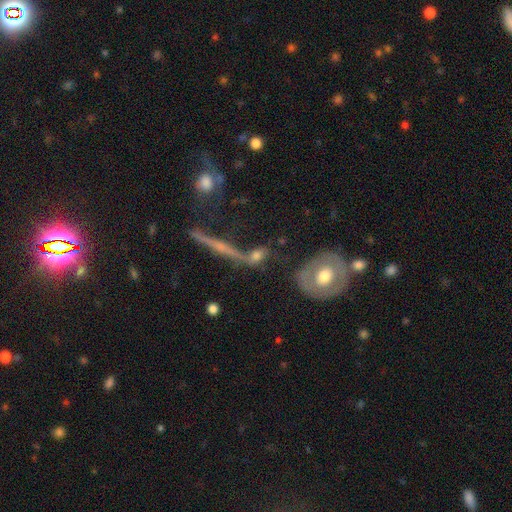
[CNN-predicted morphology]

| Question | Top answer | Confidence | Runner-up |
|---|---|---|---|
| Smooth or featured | featured or disk | 53% | smooth (34%) |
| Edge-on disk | yes | 57% | no (43%) |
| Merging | none | 49% | merger (25%) |